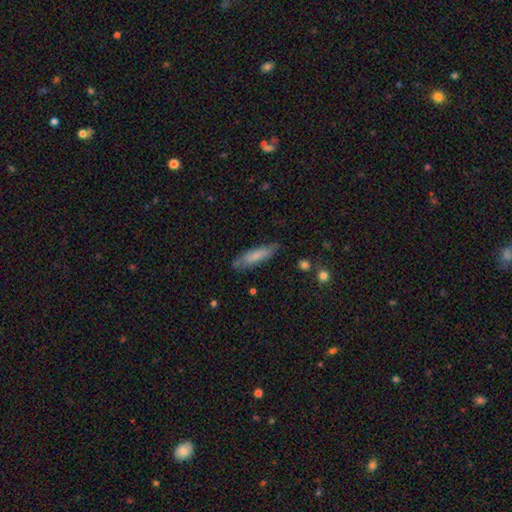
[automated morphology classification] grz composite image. It shows a smooth galaxy with no disk features (75%) that is cigar-shaped (75%). Merging: none (79%).